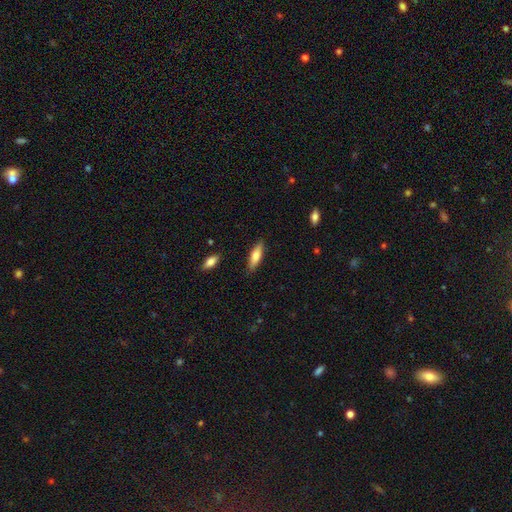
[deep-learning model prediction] Morphology: type=smooth (70%); roundness=cigar-shaped (55%); merging=none (86%).